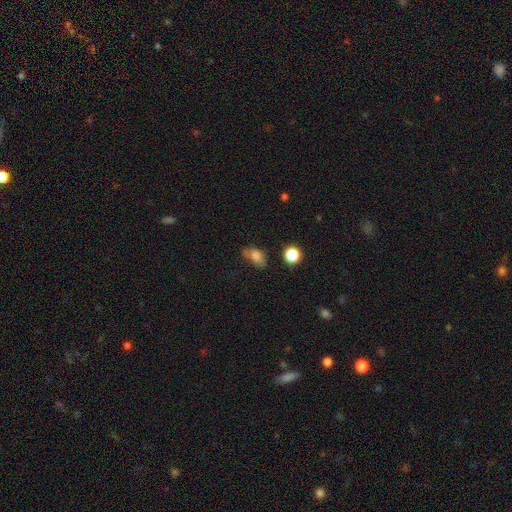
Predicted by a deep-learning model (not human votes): A smooth galaxy with no disk features (77%) that is in between round and cigar-shaped (82%). Merging: none (52%).